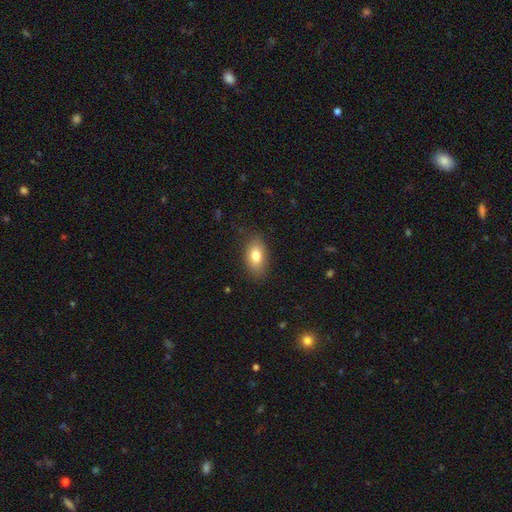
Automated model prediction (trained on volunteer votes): Overall: smooth (80%). How rounded: in between (89%). Merging: none (82%).